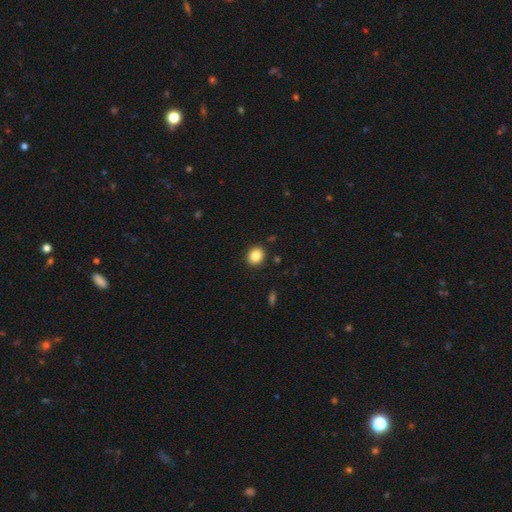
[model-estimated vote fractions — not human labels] A smooth galaxy with no disk features (86%) that is round (70%).

Vote fractions:
- Smooth or featured? smooth: 86% / star or artifact: 9% / featured or disk: 4%
- How rounded? round: 70% / in between: 29% / cigar-shaped: 1%
- Merging? none: 89% / minor disturbance: 7% / major disturbance: 2% / merger: 2%